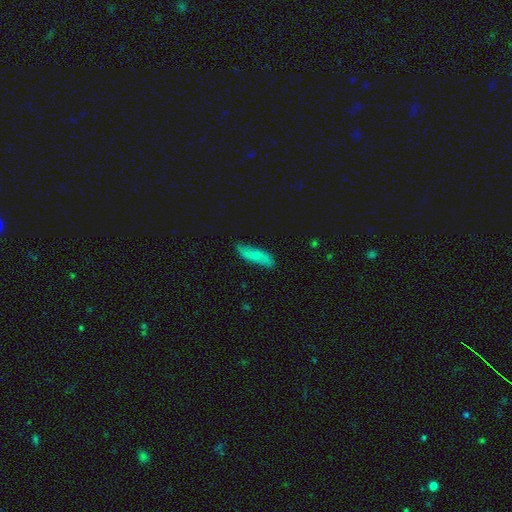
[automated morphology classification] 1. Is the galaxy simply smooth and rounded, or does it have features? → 58% smooth, 34% featured or disk, 7% star or artifact.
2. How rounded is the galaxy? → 55% cigar-shaped, 43% in between, 3% round.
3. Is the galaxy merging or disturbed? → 77% none, 18% minor disturbance, 3% major disturbance, 2% merger.